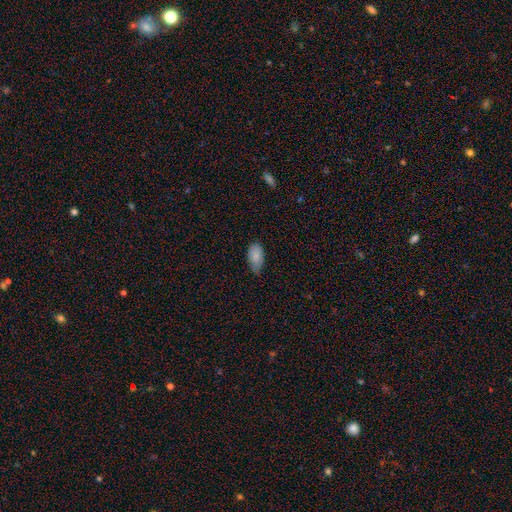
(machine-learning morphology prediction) Smooth or featured? smooth (86%)
How rounded? in between (94%)
Merging? none (59%)